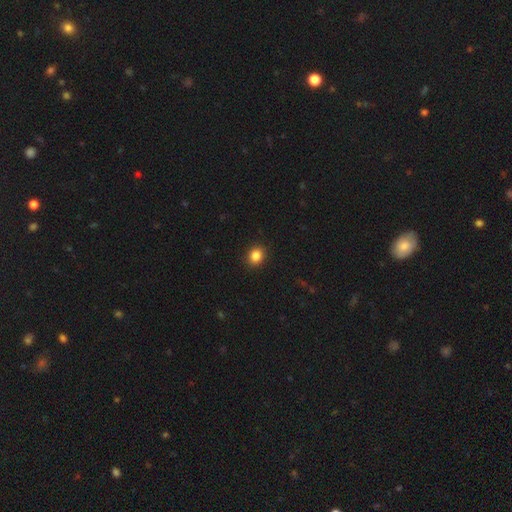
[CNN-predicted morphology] smooth-or-featured: smooth: 86% | star or artifact: 11% | featured or disk: 4%
  how-rounded: round: 68% | in between: 31% | cigar-shaped: 1%
  merging: none: 91% | minor disturbance: 6% | major disturbance: 2% | merger: 1%